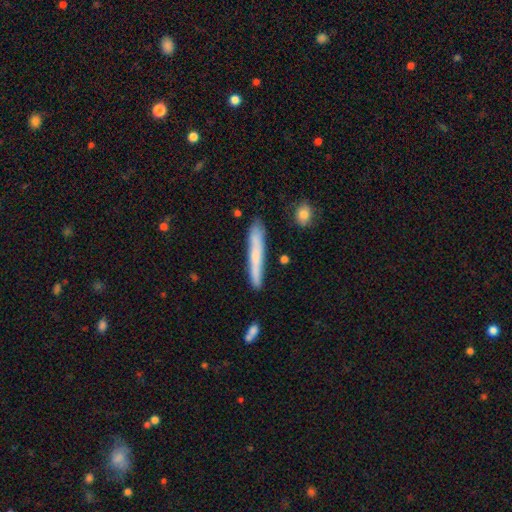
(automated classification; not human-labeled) smooth 57%, featured or disk 34%, star or artifact 9%. Down the decision tree: how rounded — cigar-shaped (95%); merging — none (84%).